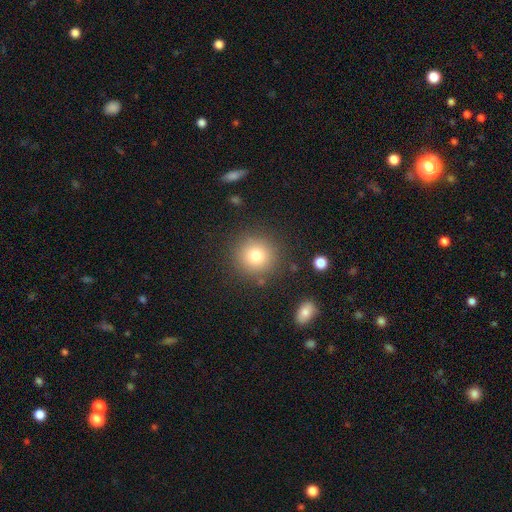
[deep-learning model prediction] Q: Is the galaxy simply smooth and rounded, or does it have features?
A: smooth — 79%.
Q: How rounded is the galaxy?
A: round — 93%.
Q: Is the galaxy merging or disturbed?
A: none — 86%.